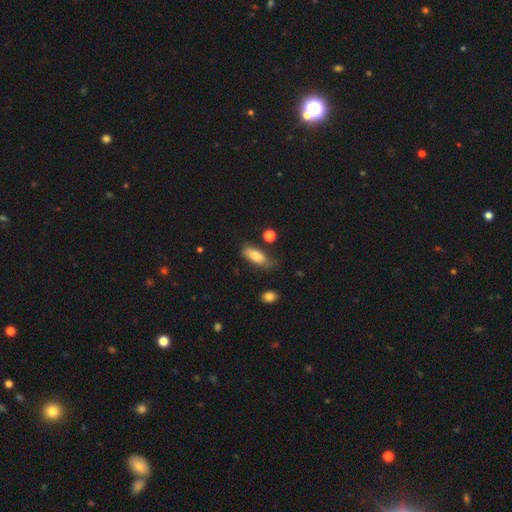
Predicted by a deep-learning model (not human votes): A smooth galaxy with no disk features (78%) that is in between round and cigar-shaped (75%).

Vote fractions:
- Smooth or featured? smooth: 78% / featured or disk: 15% / star or artifact: 7%
- How rounded? in between: 75% / cigar-shaped: 22% / round: 3%
- Merging? none: 56% / minor disturbance: 30% / major disturbance: 10% / merger: 4%